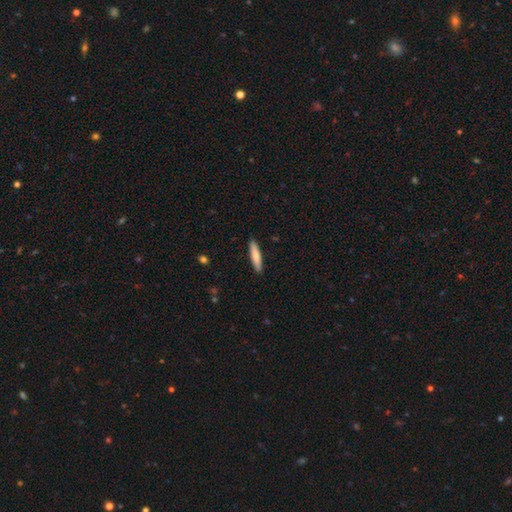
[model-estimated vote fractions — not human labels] A smooth galaxy with no disk features (74%) that is cigar-shaped (84%). Merging: none (90%).